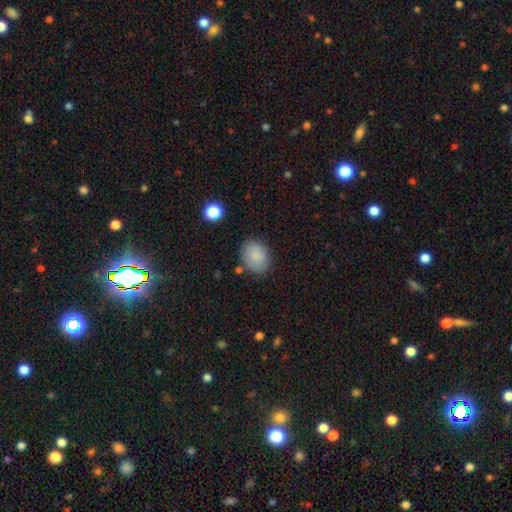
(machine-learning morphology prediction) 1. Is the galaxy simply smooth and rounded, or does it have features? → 86% smooth, 8% star or artifact, 6% featured or disk.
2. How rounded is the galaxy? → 51% in between, 48% round, 1% cigar-shaped.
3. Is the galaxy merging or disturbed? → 79% none, 13% minor disturbance, 4% major disturbance, 3% merger.